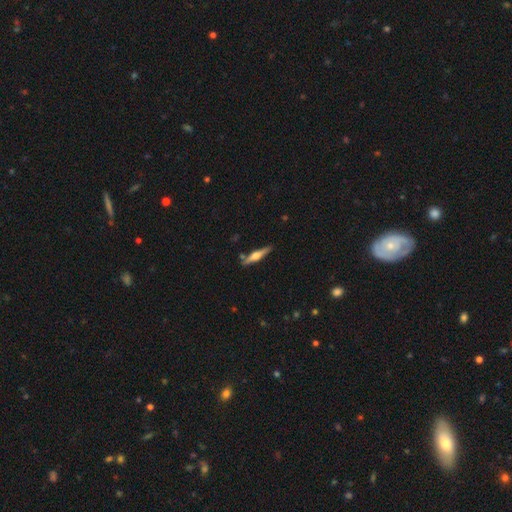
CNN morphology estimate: smooth_or_featured: featured or disk (p=0.63) [alt: smooth p=0.32]
disk_edge_on: yes (p=0.97) [alt: no p=0.03]
edge_on_bulge: rounded (p=0.89) [alt: boxy p=0.07]
merging: none (p=0.85) [alt: minor disturbance p=0.10]